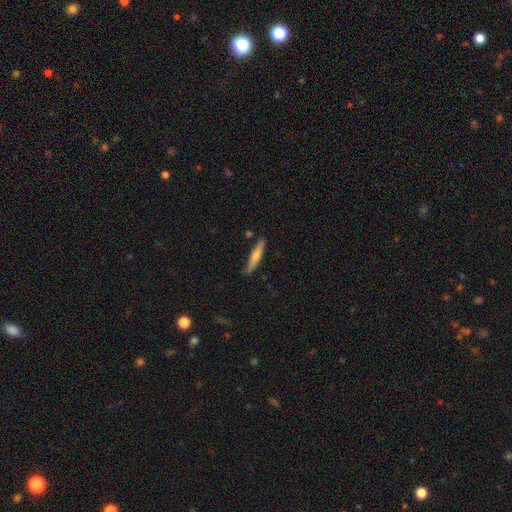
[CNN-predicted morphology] Smooth or featured? smooth (68%)
How rounded? cigar-shaped (89%)
Merging? none (79%)